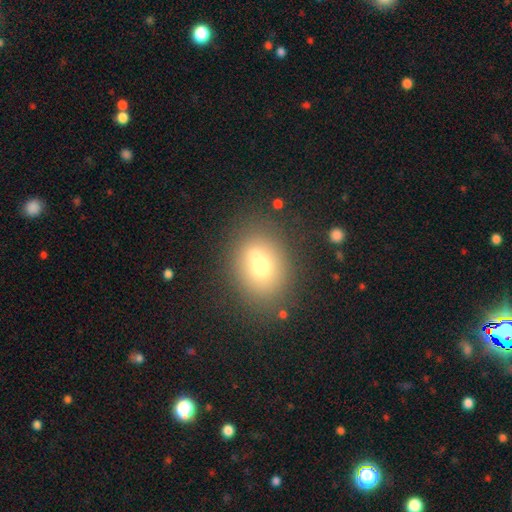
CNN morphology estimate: The model was most divided on "how rounded": round: 50%, in between: 49%, cigar-shaped: 1%. More confident: smooth or featured — smooth (64%); merging — none (55%).